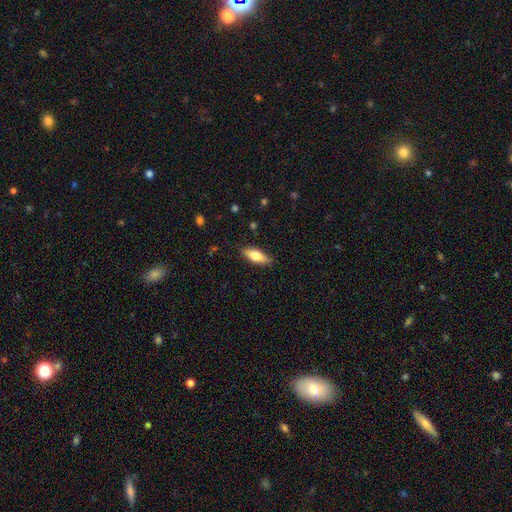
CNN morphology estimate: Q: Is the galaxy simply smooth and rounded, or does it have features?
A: smooth — 69%.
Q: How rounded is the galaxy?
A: in between — 74%.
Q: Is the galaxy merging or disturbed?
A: none — 86%.